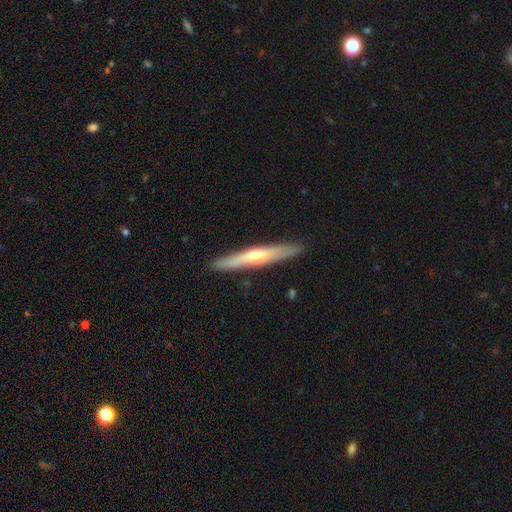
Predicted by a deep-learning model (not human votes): smooth-or-featured: featured or disk: 61% | smooth: 33% | star or artifact: 6%
  disk-edge-on: yes: 95% | no: 5%
    edge-on-bulge: rounded: 76% | none: 20% | boxy: 5%
  merging: none: 90% | minor disturbance: 7% | major disturbance: 1% | merger: 1%